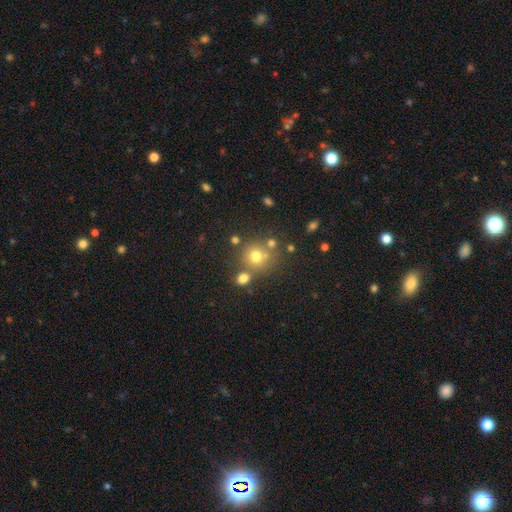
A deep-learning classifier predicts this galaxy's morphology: Smooth or featured? smooth (70%)
How rounded? round (84%)
Merging? none (64%)